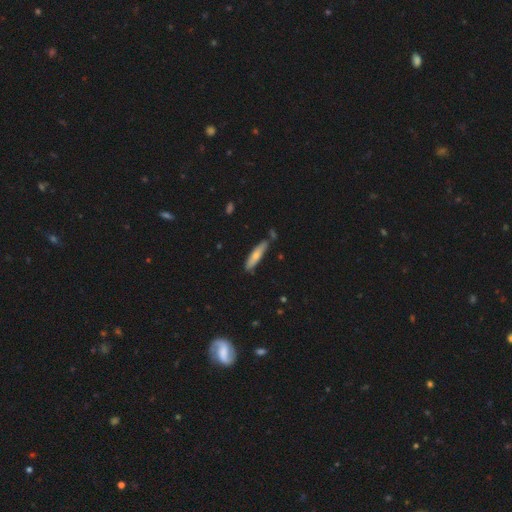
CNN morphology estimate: This appears to be a smooth galaxy with no disk features (68%) that is cigar-shaped (83%). Merging: none (79%).